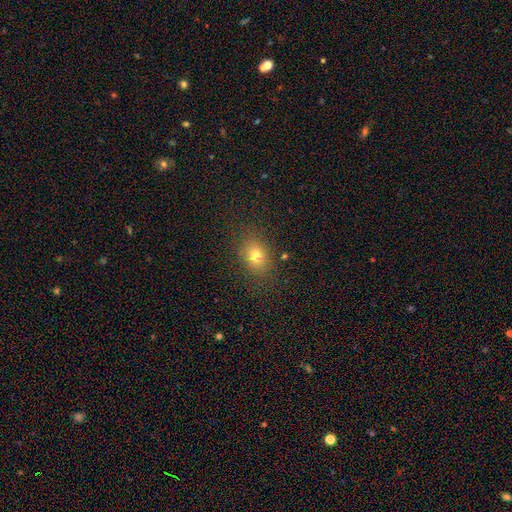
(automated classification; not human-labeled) Smooth or featured?
  - smooth: 75% *
  - star or artifact: 14%
  - featured or disk: 11%
How rounded?
  - in between: 59% *
  - round: 39%
  - cigar-shaped: 1%
Merging?
  - none: 83% *
  - minor disturbance: 11%
  - major disturbance: 4%
  - merger: 1%